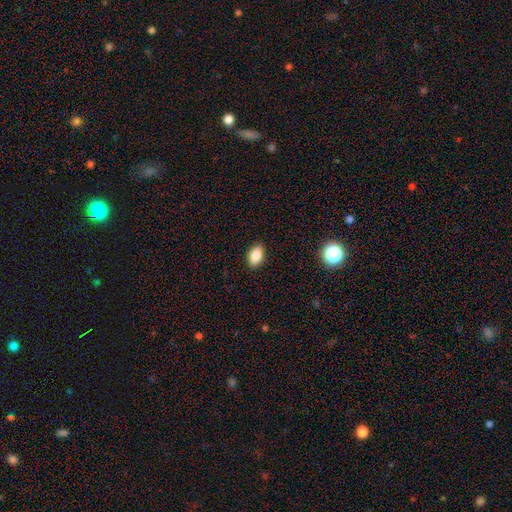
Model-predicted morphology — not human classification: type=smooth (85%); roundness=in between (90%); merging=none (89%).